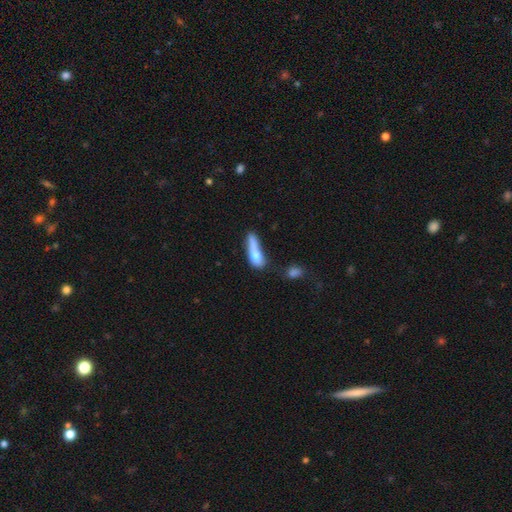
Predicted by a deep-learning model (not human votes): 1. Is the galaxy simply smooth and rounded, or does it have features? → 67% smooth, 25% featured or disk, 8% star or artifact.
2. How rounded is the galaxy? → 50% in between, 40% cigar-shaped, 10% round.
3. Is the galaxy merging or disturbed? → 37% merger, 22% major disturbance, 22% none, 20% minor disturbance.